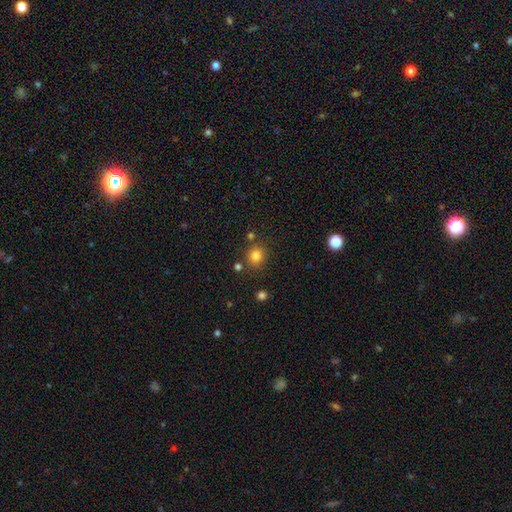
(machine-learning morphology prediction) Smooth or featured: smooth — 81% (star or artifact — 13%)
How rounded: round — 82% (in between — 17%)
Merging: none — 80% (minor disturbance — 10%)